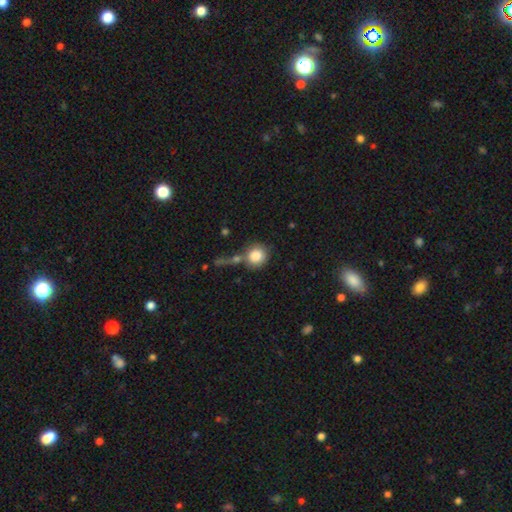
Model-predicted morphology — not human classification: A smooth galaxy with no disk features (84%) that is round (87%). Merging: none (52%).